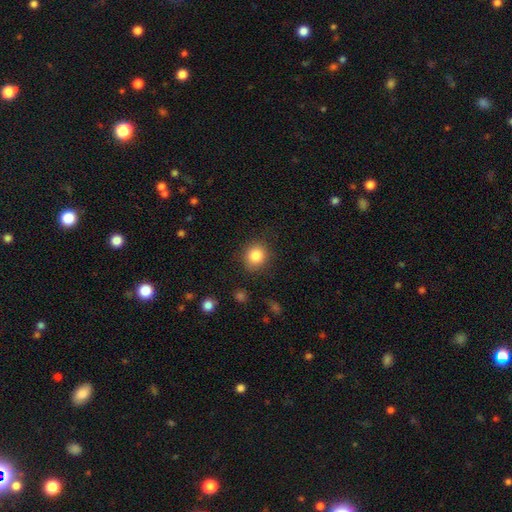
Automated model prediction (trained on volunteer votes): This is clearly a smooth galaxy (85%). How rounded: clearly round (81%). Merging: clearly none (84%).